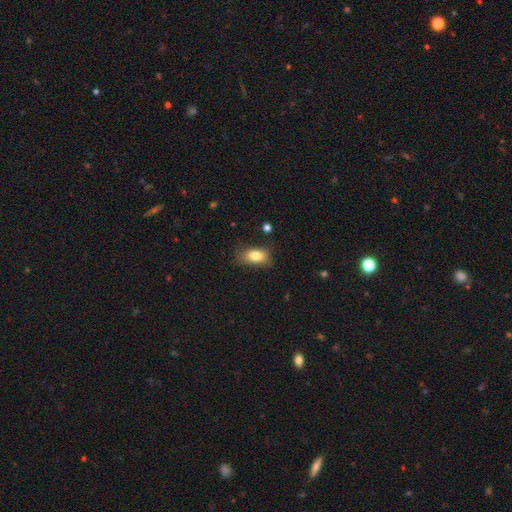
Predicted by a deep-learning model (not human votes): smooth-or-featured: smooth: 80% | featured or disk: 11% | star or artifact: 9%
  how-rounded: in between: 87% | round: 8% | cigar-shaped: 5%
  merging: none: 66% | minor disturbance: 25% | major disturbance: 7% | merger: 2%